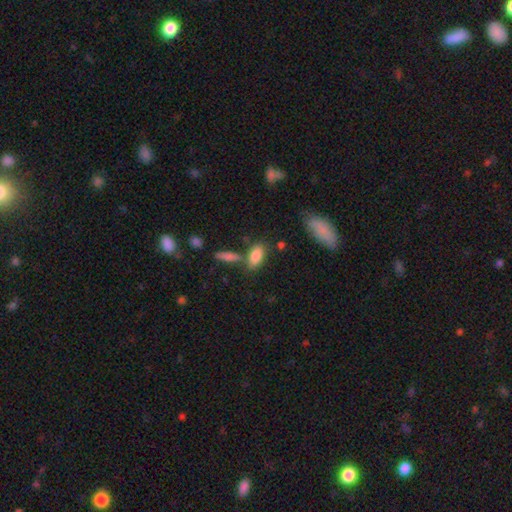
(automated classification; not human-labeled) Morphology: type=smooth (84%); roundness=in between (87%); merging=none (64%).